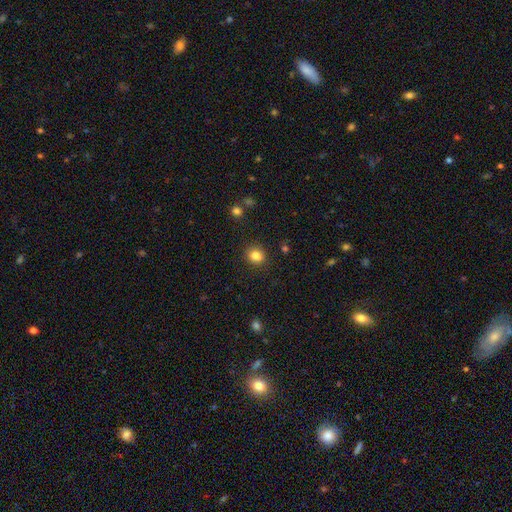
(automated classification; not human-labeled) Morphology: type=smooth (83%); roundness=round (73%); merging=none (86%).